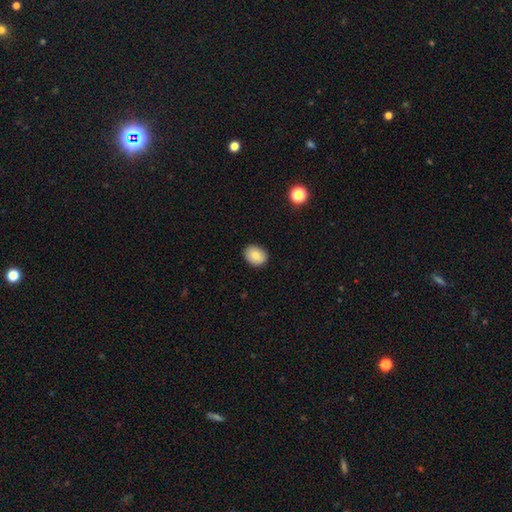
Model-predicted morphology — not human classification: smooth-or-featured: smooth: 80% | featured or disk: 12% | star or artifact: 8%
  how-rounded: in between: 55% | round: 44% | cigar-shaped: 1%
  merging: none: 88% | minor disturbance: 9% | major disturbance: 2% | merger: 1%